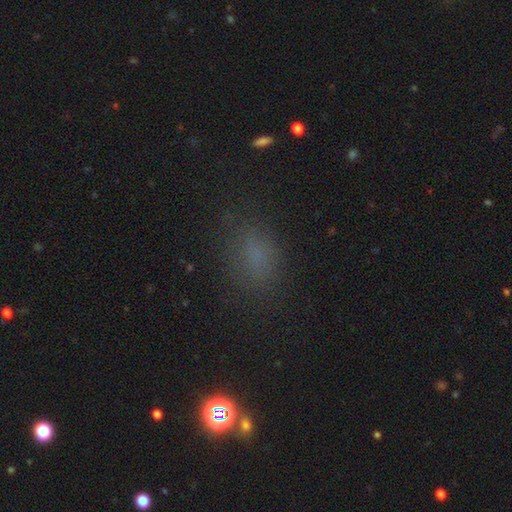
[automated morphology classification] smooth-or-featured: smooth: 68% | star or artifact: 23% | featured or disk: 9%
  how-rounded: in between: 72% | round: 25% | cigar-shaped: 3%
  merging: none: 76% | minor disturbance: 15% | major disturbance: 8% | merger: 2%